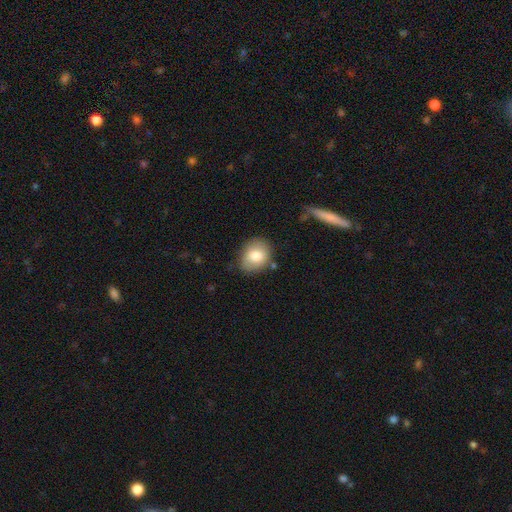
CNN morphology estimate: smooth 80%, featured or disk 13%, star or artifact 8%. Down the decision tree: how rounded — in between (52%); merging — none (76%).